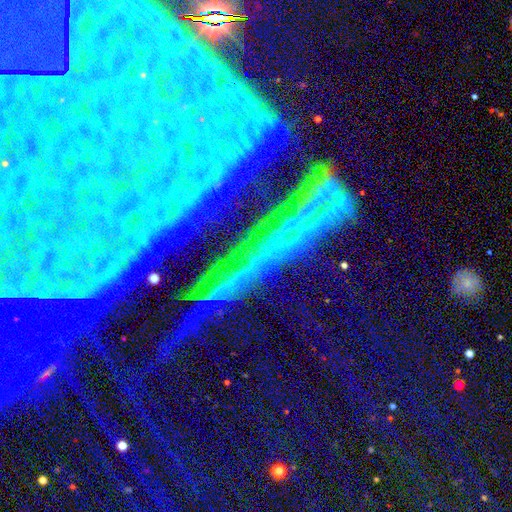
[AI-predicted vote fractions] This appears to be a star or artifact, not a galaxy (77%).